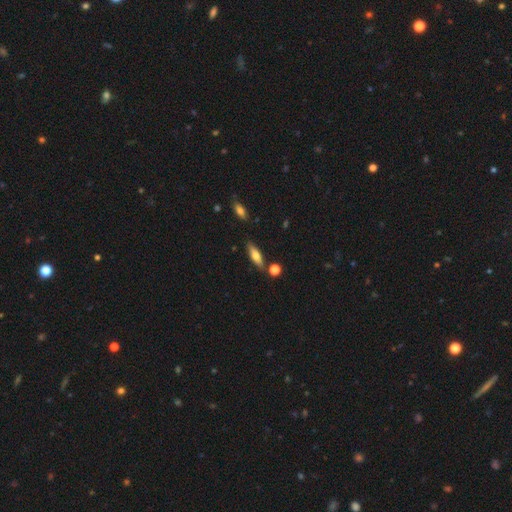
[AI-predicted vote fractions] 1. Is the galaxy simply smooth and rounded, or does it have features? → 65% smooth, 28% featured or disk, 7% star or artifact.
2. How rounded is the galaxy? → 49% cigar-shaped, 48% in between, 3% round.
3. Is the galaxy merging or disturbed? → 79% none, 12% minor disturbance, 7% merger, 3% major disturbance.